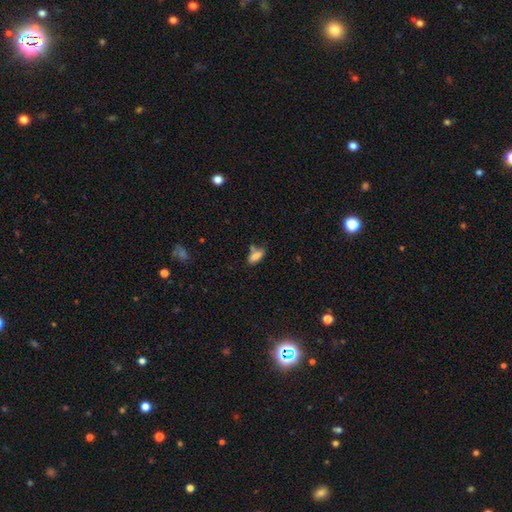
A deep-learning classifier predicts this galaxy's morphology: type=smooth (80%); roundness=in between (81%); merging=none (59%).